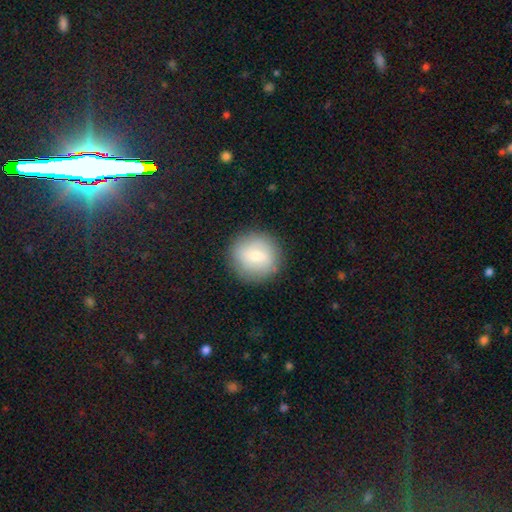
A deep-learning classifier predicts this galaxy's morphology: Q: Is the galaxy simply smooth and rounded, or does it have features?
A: smooth — 72%.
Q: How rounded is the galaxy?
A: round — 91%.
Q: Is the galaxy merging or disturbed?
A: none — 85%.